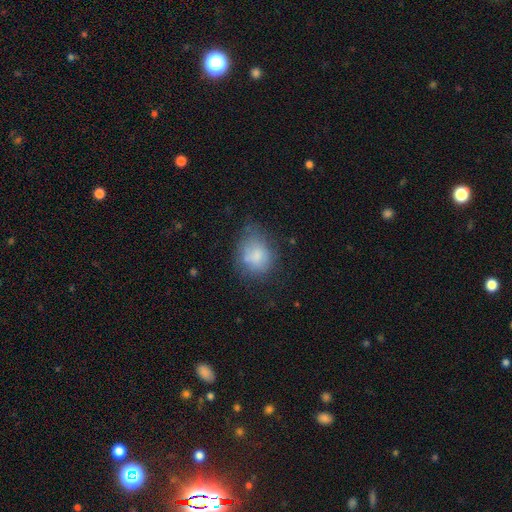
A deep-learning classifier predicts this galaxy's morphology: smooth-or-featured: smooth: 72% | featured or disk: 18% | star or artifact: 10%
  how-rounded: round: 53% | in between: 46% | cigar-shaped: 1%
  merging: none: 47% | minor disturbance: 30% | major disturbance: 15% | merger: 8%